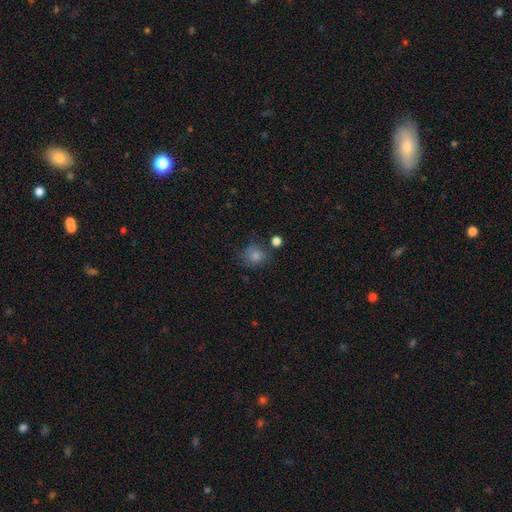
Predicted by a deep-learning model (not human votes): smooth 69%, star or artifact 19%, featured or disk 12%. Down the decision tree: how rounded — round (76%); merging — none (68%).